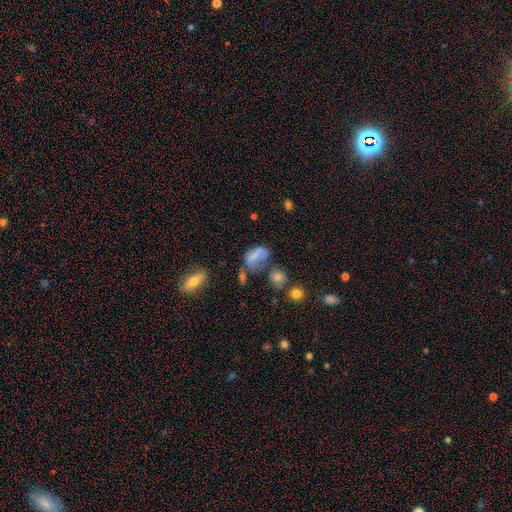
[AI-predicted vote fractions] A smooth galaxy with no disk features (64%) that is in between round and cigar-shaped (80%). Merging: major disturbance (32%).